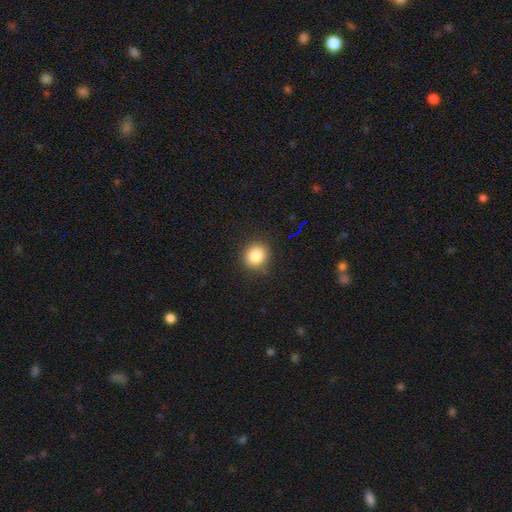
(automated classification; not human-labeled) This is clearly a smooth galaxy (84%). How rounded: clearly round (86%). Merging: clearly none (86%).